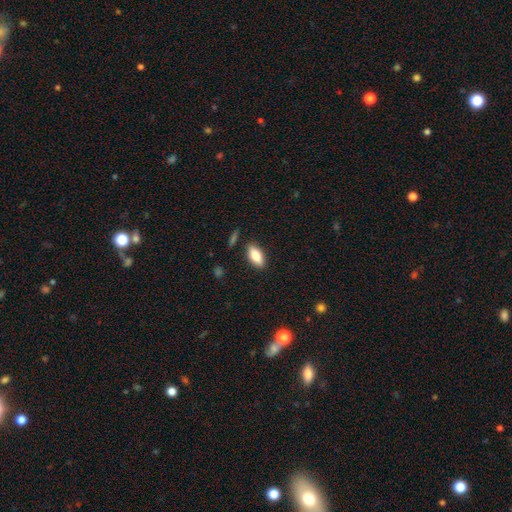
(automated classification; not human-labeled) Smooth or featured?
  - smooth: 82% *
  - featured or disk: 11%
  - star or artifact: 7%
How rounded?
  - in between: 87% *
  - cigar-shaped: 10%
  - round: 3%
Merging?
  - none: 86% *
  - minor disturbance: 10%
  - major disturbance: 2%
  - merger: 2%